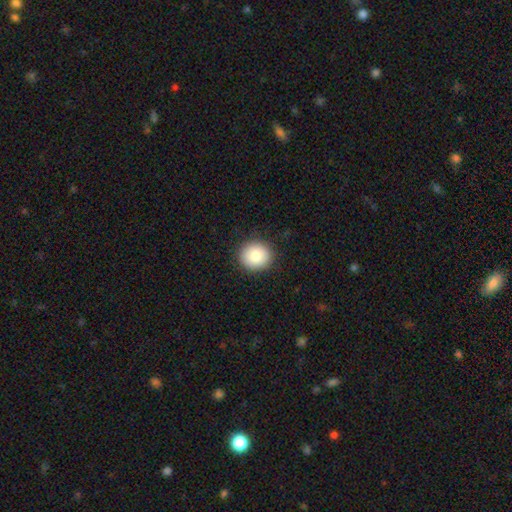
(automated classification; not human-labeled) Smooth or featured? smooth (83%)
How rounded? round (84%)
Merging? none (90%)